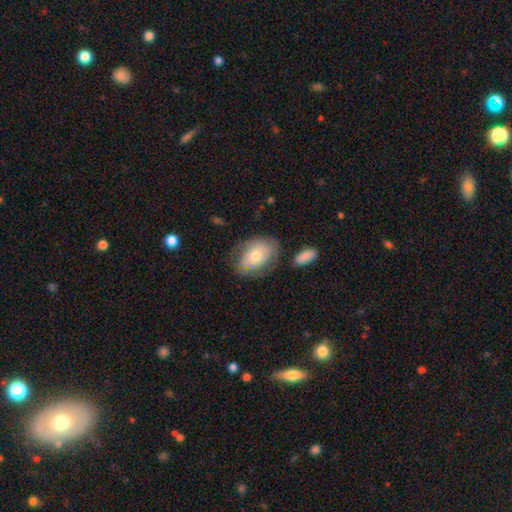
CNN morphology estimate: Overall: smooth (58%; featured or disk 34%). How rounded: in between (77%). Merging: none (62%; minor disturbance 24%).